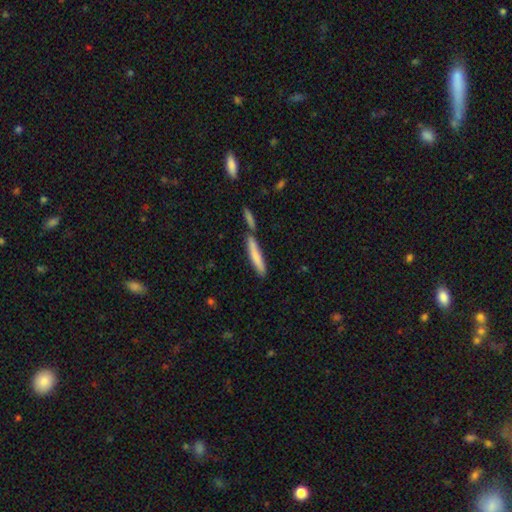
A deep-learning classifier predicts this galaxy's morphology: This appears to be a smooth galaxy with no disk features (74%) that is cigar-shaped (91%). Merging: none (59%).